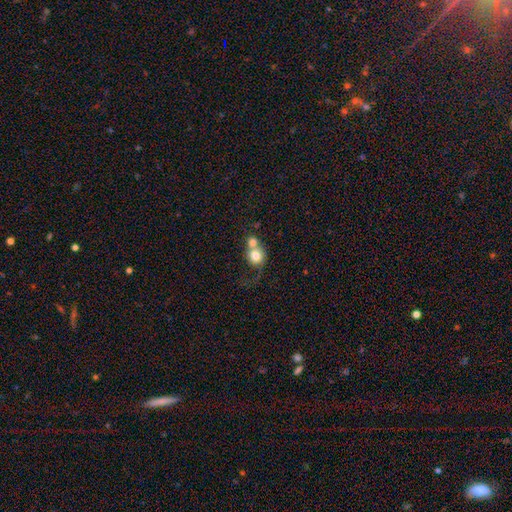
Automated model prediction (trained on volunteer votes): Smooth or featured? Predicted: smooth (p=0.74). How rounded? Predicted: round (p=0.80). Merging? Predicted: merger (p=0.64).